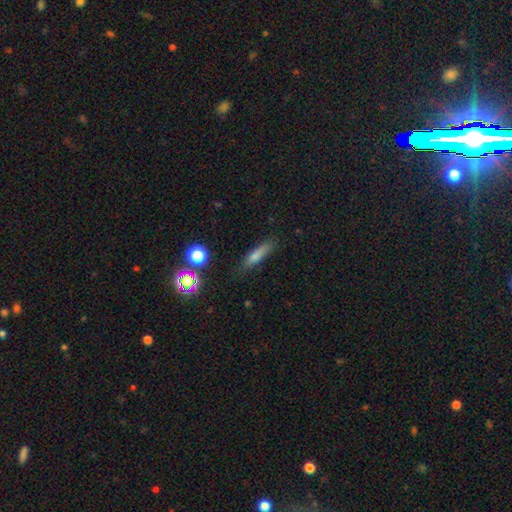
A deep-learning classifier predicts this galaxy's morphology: Q: Smooth or featured?
A: smooth (64%); runner-up: featured or disk (22%)
Q: How rounded?
A: cigar-shaped (76%); runner-up: in between (20%)
Q: Merging?
A: none (77%); runner-up: minor disturbance (16%)